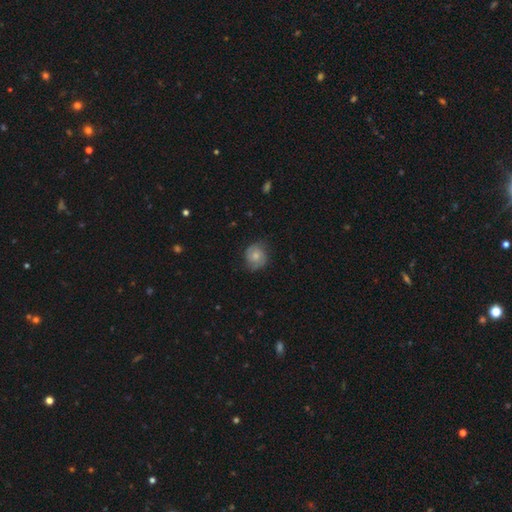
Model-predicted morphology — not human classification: type=smooth (49%); merging=none (70%).